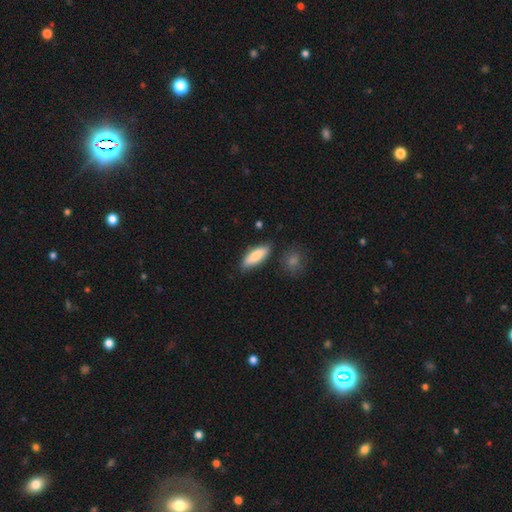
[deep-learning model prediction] Q: Smooth or featured?
A: smooth (80%); runner-up: featured or disk (14%)
Q: How rounded?
A: in between (59%); runner-up: cigar-shaped (39%)
Q: Merging?
A: none (79%); runner-up: minor disturbance (15%)